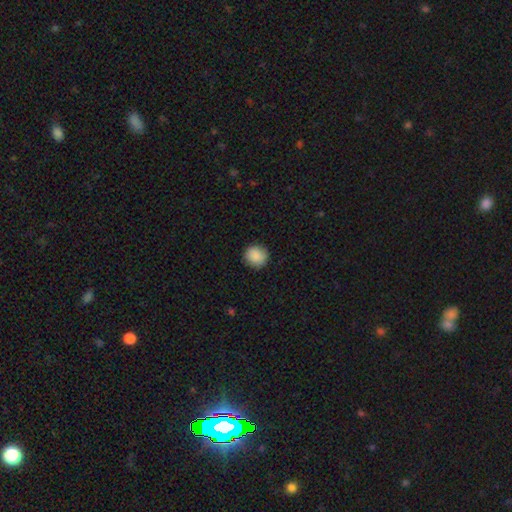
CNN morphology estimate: A smooth galaxy with no disk features (89%) that is round (92%). Merging: none (90%).